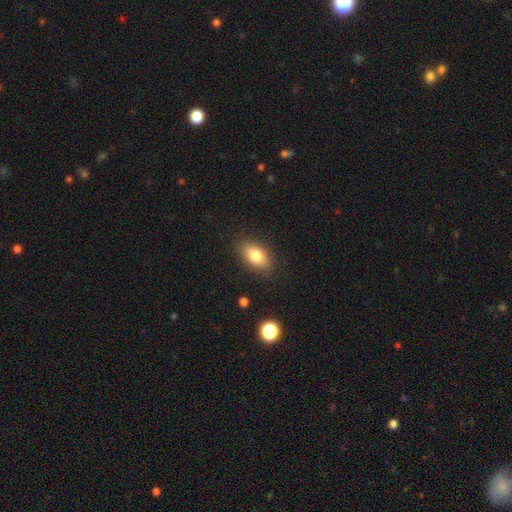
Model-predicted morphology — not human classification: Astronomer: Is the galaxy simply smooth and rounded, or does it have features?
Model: smooth — 82%.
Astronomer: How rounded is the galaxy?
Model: in between — 89%.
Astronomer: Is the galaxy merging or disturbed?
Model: none — 85%.